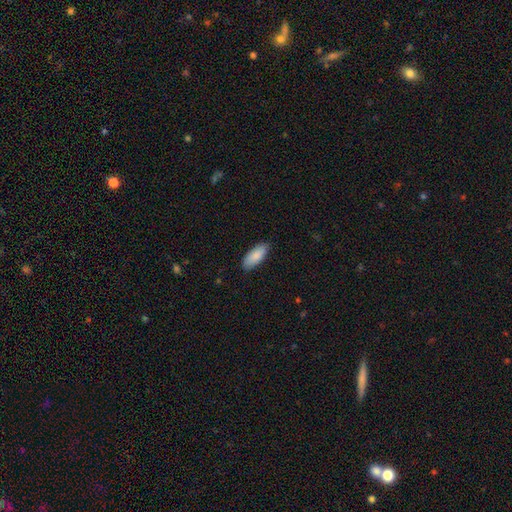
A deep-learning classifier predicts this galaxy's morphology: A smooth galaxy with no disk features (88%) that is in between round and cigar-shaped (82%).

Vote fractions:
- Smooth or featured? smooth: 88% / featured or disk: 7% / star or artifact: 5%
- How rounded? in between: 82% / cigar-shaped: 16% / round: 2%
- Merging? none: 85% / minor disturbance: 12% / major disturbance: 2% / merger: 1%